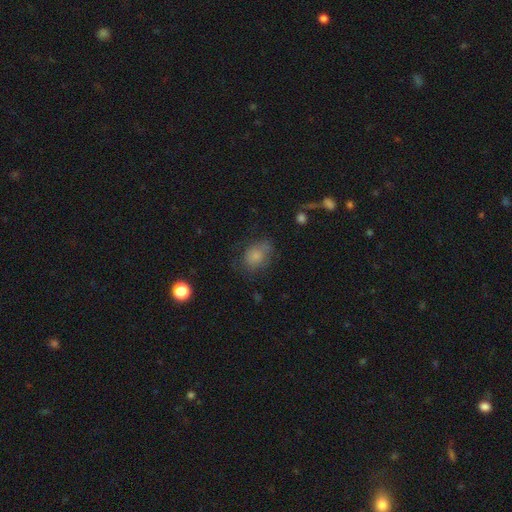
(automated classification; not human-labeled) Overall: smooth (79%). How rounded: in between (65%; round 33%). Merging: none (58%; minor disturbance 27%).